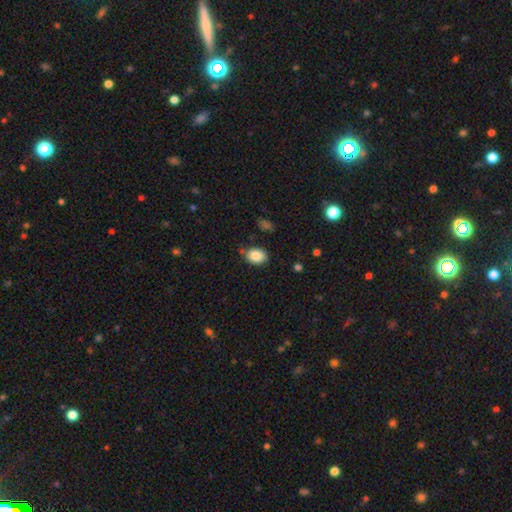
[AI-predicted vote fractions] A smooth galaxy with no disk features (86%) that is in between round and cigar-shaped (63%).

Vote fractions:
- Smooth or featured? smooth: 86% / star or artifact: 9% / featured or disk: 6%
- How rounded? in between: 63% / round: 36% / cigar-shaped: 1%
- Merging? none: 76% / minor disturbance: 17% / merger: 4% / major disturbance: 3%